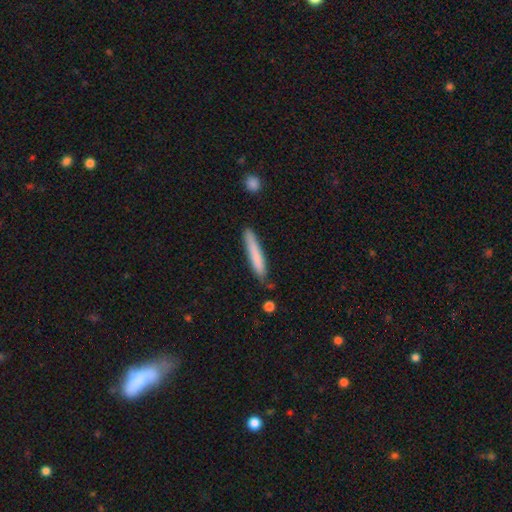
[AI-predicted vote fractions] Smooth or featured? smooth (77%)
How rounded? cigar-shaped (94%)
Merging? none (77%)